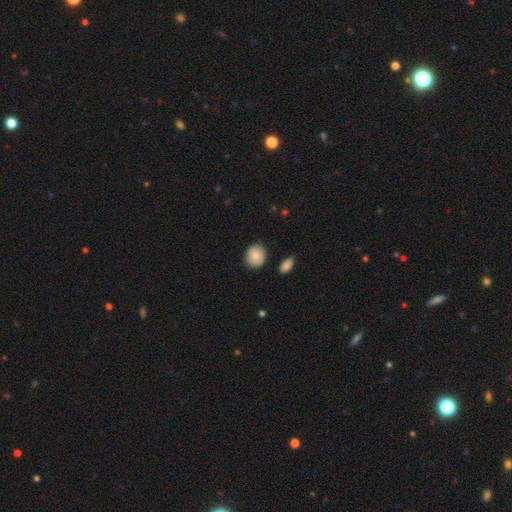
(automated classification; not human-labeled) smooth 83%, featured or disk 10%, star or artifact 7%. Down the decision tree: how rounded — round (64%); merging — none (79%).